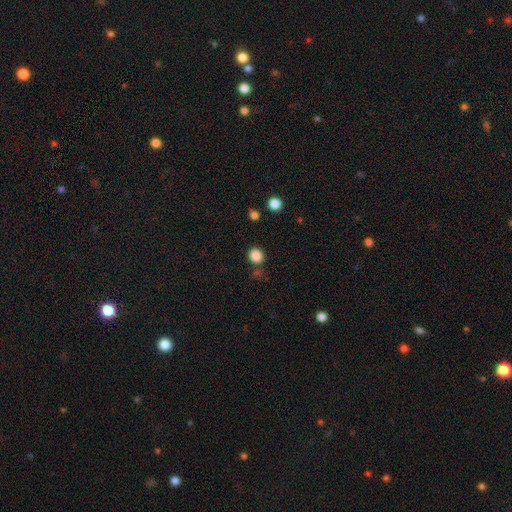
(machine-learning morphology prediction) smooth-or-featured: smooth: 85% | star or artifact: 11% | featured or disk: 3%
  how-rounded: round: 79% | in between: 20% | cigar-shaped: 1%
  merging: none: 79% | minor disturbance: 11% | merger: 6% | major disturbance: 4%